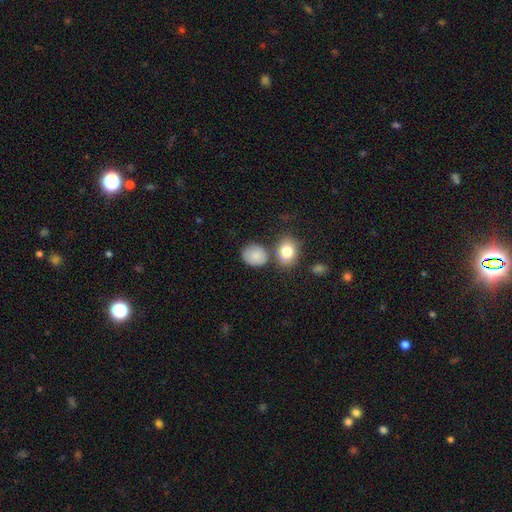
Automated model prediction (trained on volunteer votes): smooth 83%, featured or disk 8%, star or artifact 8%. Down the decision tree: how rounded — round (62%); merging — none (65%).